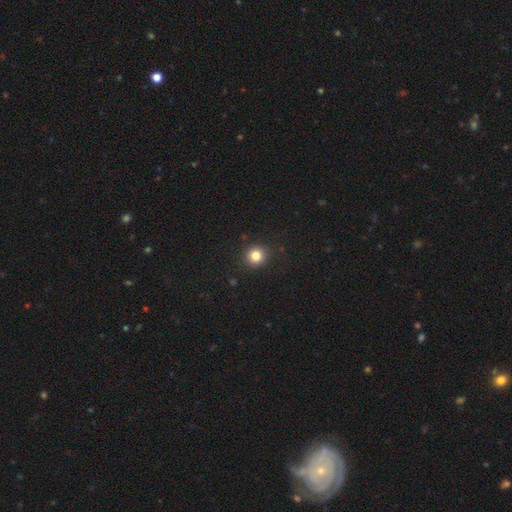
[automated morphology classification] The model was most divided on "smooth or featured": smooth: 83%, star or artifact: 12%, featured or disk: 5%. More confident: merging — none (91%); how rounded — round (90%).